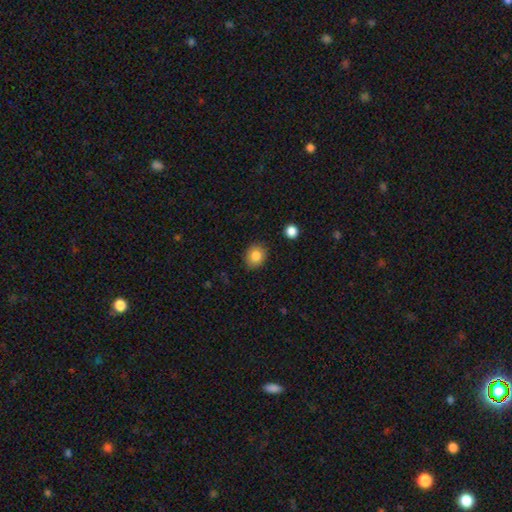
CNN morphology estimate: Q: Smooth or featured?
A: smooth (84%); runner-up: star or artifact (9%)
Q: How rounded?
A: round (59%); runner-up: in between (41%)
Q: Merging?
A: none (86%); runner-up: minor disturbance (10%)